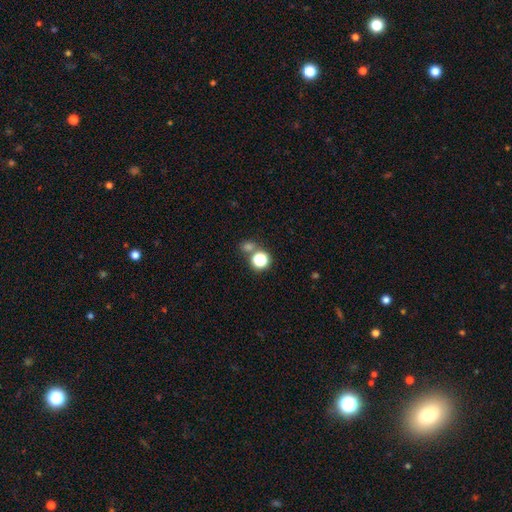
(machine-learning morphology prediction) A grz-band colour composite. It shows a star or artifact, not a galaxy (45%).